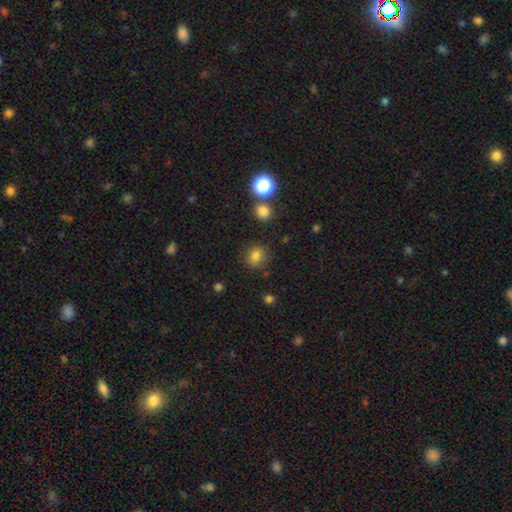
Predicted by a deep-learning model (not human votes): Smooth or featured? Predicted: smooth (p=0.79). How rounded? Predicted: round (p=0.70). Merging? Predicted: none (p=0.81).